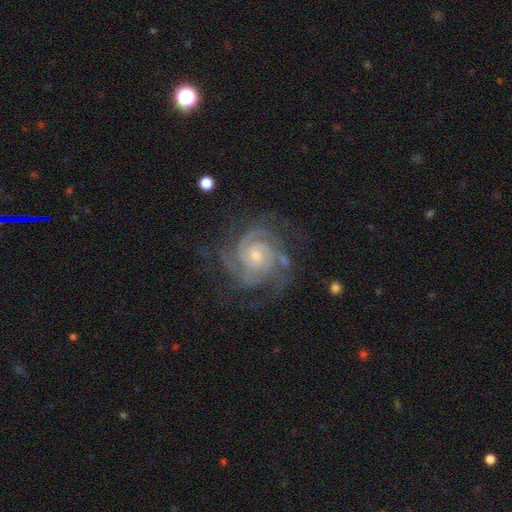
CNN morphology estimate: featured or disk 91%, star or artifact 5%, smooth 4%. Down the decision tree: edge-on disk — no (98%); bar — no (63%); spiral arms — yes (98%); spiral arm count — 3 (34%); spiral winding — tight (70%); bulge size — small (65%); merging — none (66%).